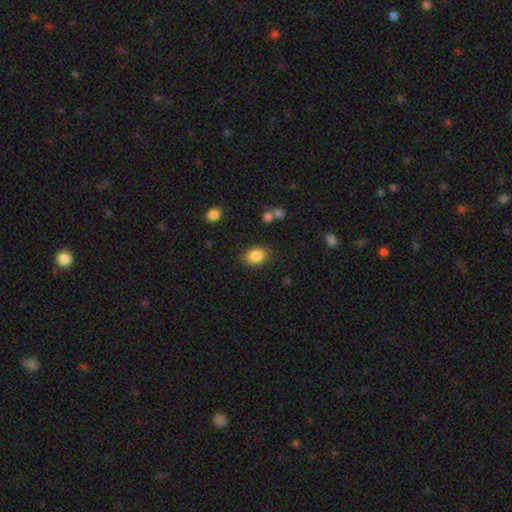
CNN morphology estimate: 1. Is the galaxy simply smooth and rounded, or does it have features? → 86% smooth, 8% star or artifact, 5% featured or disk.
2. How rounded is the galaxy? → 69% in between, 30% round, 1% cigar-shaped.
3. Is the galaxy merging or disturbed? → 82% none, 12% minor disturbance, 3% major disturbance, 2% merger.